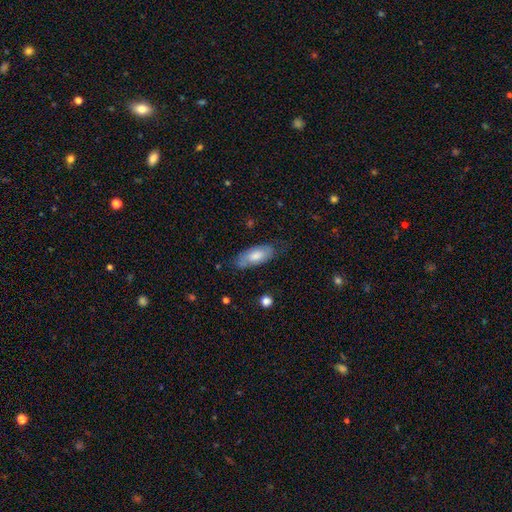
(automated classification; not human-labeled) Smooth or featured? smooth (73%)
How rounded? in between (82%)
Merging? none (68%)